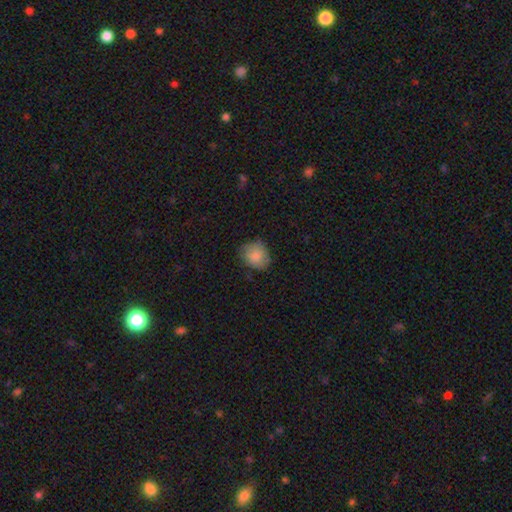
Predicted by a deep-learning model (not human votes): The model was most divided on "how rounded": round: 71%, in between: 28%, cigar-shaped: 1%. More confident: smooth or featured — smooth (84%); merging — none (76%).